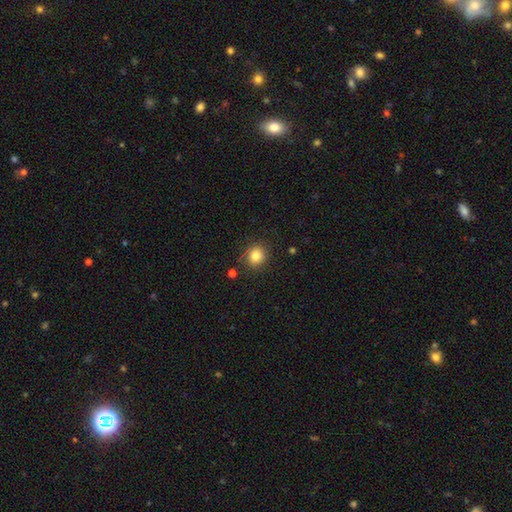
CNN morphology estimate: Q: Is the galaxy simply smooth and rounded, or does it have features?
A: smooth — 83%.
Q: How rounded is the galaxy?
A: round — 81%.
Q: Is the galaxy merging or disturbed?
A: none — 82%.